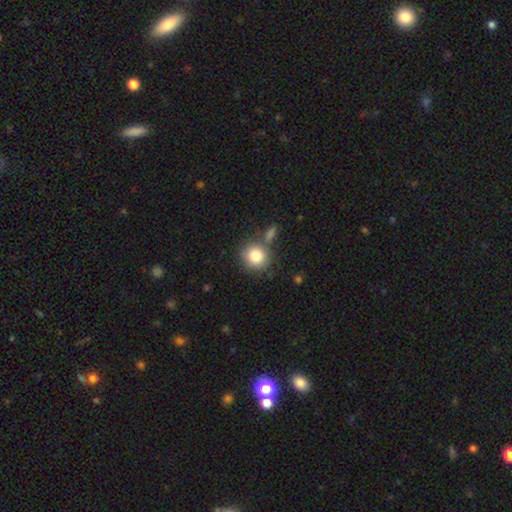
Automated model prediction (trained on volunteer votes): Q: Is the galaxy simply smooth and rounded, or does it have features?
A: smooth — 82%.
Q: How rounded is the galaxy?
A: round — 89%.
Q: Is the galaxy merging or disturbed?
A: none — 69%.